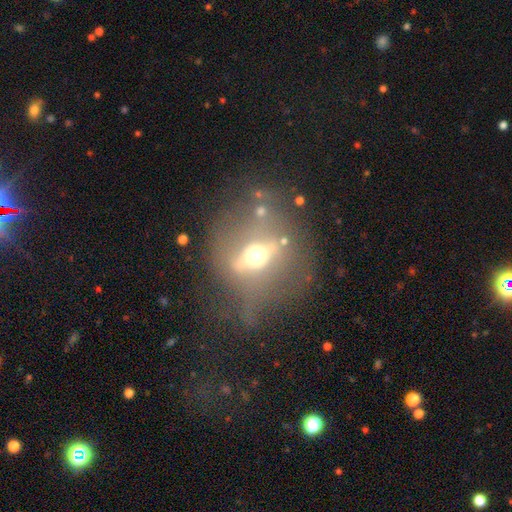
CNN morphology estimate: type=featured or disk (68%); edge-on=no (50%, tied with yes); merging=none (62%).